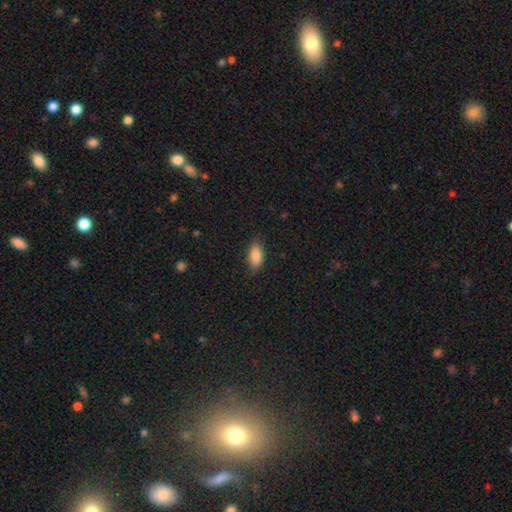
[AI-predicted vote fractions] Morphology: type=smooth (84%); roundness=in between (90%); merging=none (81%).